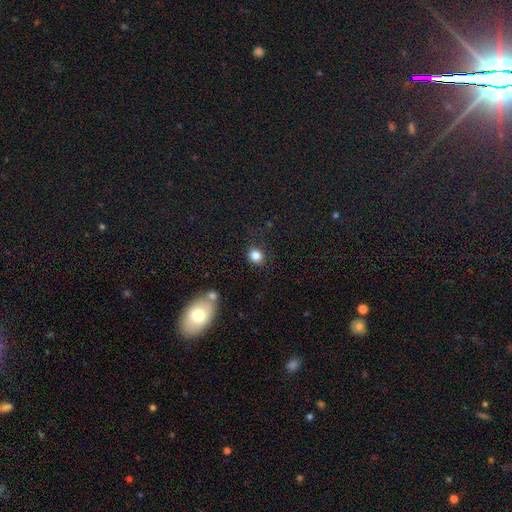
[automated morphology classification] A smooth galaxy with no disk features (82%) that is round (75%). Merging: none (83%).